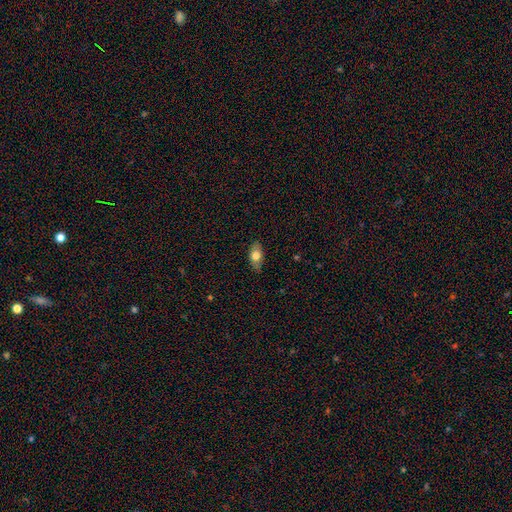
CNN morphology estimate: Smooth or featured? Predicted: smooth (p=0.72). How rounded? Predicted: in between (p=0.86). Merging? Predicted: none (p=0.84).